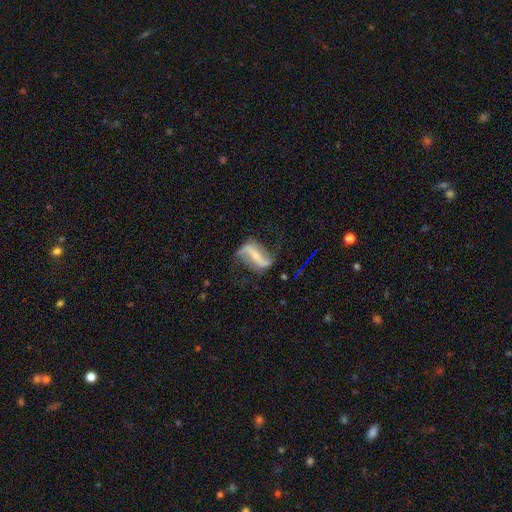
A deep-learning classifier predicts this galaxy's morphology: type=featured or disk (84%); edge-on=no (93%); bar=strong (65%); spiral arms=yes (91%); winding=loose (78%); arm count=2 (90%); bulge=small (62%); merging=none (65%).